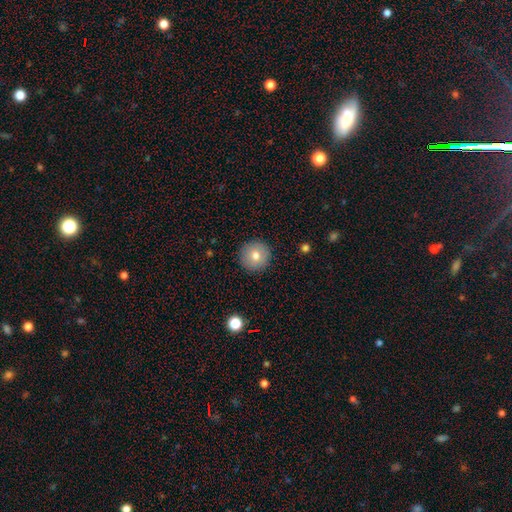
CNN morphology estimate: Q: Smooth or featured?
A: smooth (77%); runner-up: featured or disk (15%)
Q: How rounded?
A: round (95%); runner-up: in between (4%)
Q: Merging?
A: none (91%); runner-up: minor disturbance (6%)